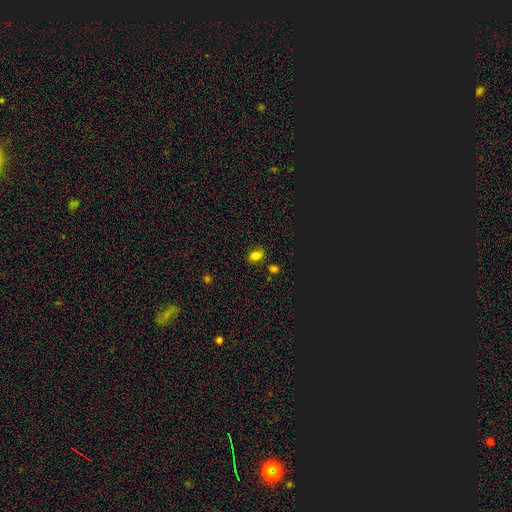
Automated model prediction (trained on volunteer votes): Smooth or featured?
  - smooth: 70% *
  - star or artifact: 19%
  - featured or disk: 10%
How rounded?
  - in between: 70% *
  - round: 29%
  - cigar-shaped: 2%
Merging?
  - none: 75% *
  - minor disturbance: 15%
  - merger: 5%
  - major disturbance: 4%